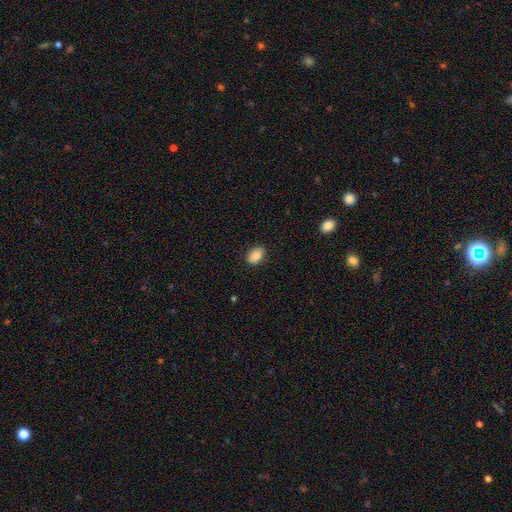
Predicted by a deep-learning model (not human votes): A smooth galaxy with no disk features (87%) that is in between round and cigar-shaped (82%). Merging: none (88%).